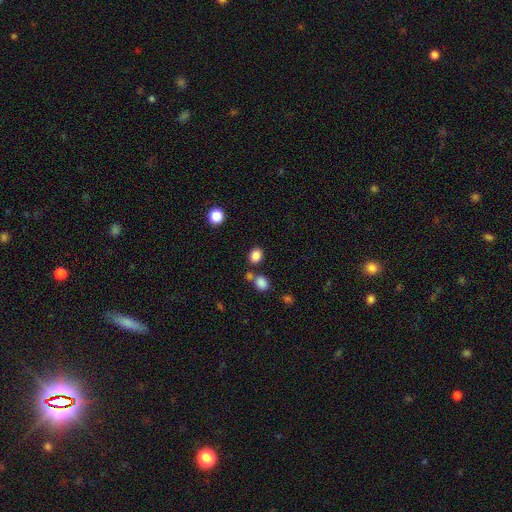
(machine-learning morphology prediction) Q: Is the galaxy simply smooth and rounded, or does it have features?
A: smooth — 84%.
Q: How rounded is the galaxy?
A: in between — 52%.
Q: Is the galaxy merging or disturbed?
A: none — 72%.